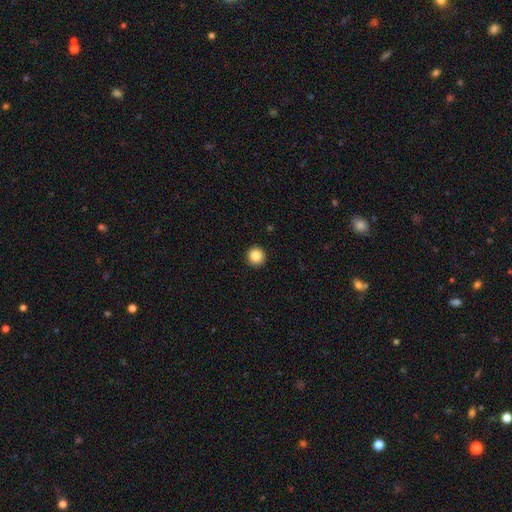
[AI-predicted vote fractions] Smooth or featured?
  - smooth: 88% *
  - star or artifact: 9%
  - featured or disk: 3%
How rounded?
  - round: 95% *
  - in between: 4%
  - cigar-shaped: 1%
Merging?
  - none: 93% *
  - minor disturbance: 4%
  - major disturbance: 1%
  - merger: 1%